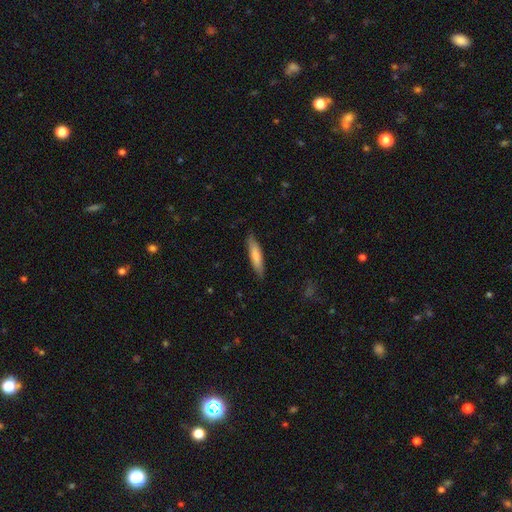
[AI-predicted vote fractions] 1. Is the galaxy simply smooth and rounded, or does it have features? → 77% smooth, 18% featured or disk, 5% star or artifact.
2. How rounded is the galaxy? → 79% cigar-shaped, 20% in between, 1% round.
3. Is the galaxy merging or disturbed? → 84% none, 13% minor disturbance, 2% major disturbance, 1% merger.